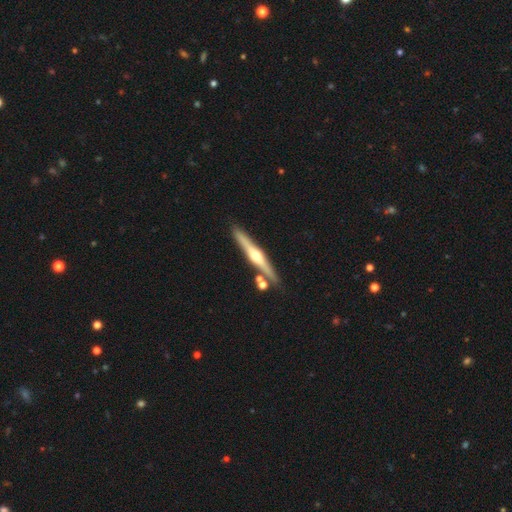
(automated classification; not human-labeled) Overall: featured or disk (74%). Edge-on disk: yes (97%). Edge-on bulge: rounded (94%). Merging: none (83%).